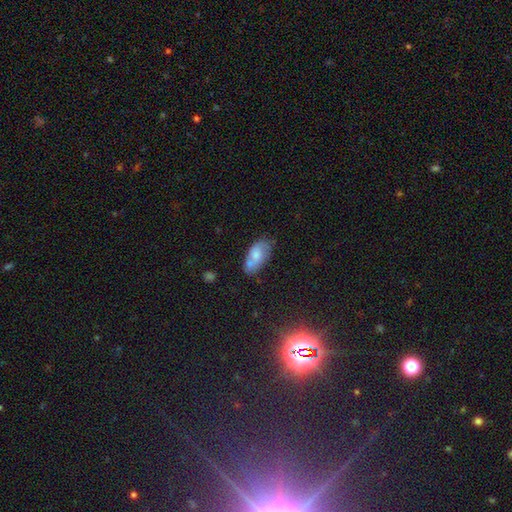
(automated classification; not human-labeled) A smooth galaxy with no disk features (66%) that is in between round and cigar-shaped (91%).

Vote fractions:
- Smooth or featured? smooth: 66% / featured or disk: 26% / star or artifact: 8%
- How rounded? in between: 91% / cigar-shaped: 6% / round: 4%
- Merging? none: 52% / minor disturbance: 22% / merger: 19% / major disturbance: 6%